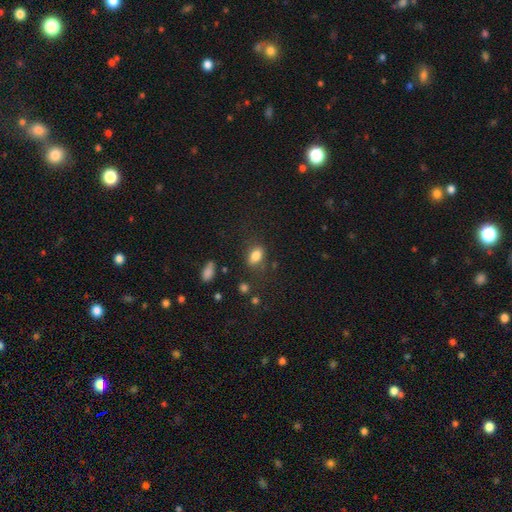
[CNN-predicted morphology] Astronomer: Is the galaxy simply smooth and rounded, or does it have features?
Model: smooth — 82%.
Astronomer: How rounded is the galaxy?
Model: in between — 84%.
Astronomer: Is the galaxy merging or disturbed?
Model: none — 73%.